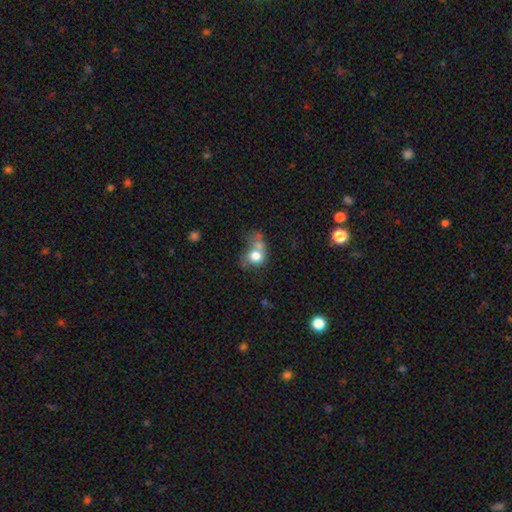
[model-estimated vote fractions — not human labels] smooth-or-featured: smooth: 73% | featured or disk: 17% | star or artifact: 10%
  how-rounded: round: 64% | in between: 35% | cigar-shaped: 1%
  merging: merger: 41% | none: 28% | major disturbance: 16% | minor disturbance: 15%